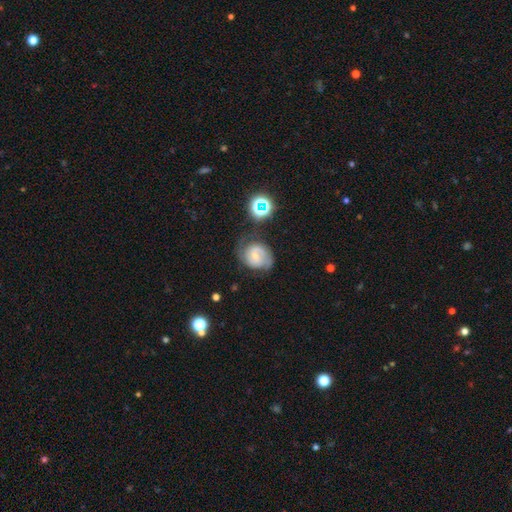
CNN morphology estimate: A featured or disk galaxy (72%) with a weak bar (45%, tied with no), 2 (67%) tight (44%) spiral arms (91%) and a small central bulge (63%).

Vote fractions:
- Smooth or featured? featured or disk: 72% / smooth: 19% / star or artifact: 10%
- Edge-on disk? no: 98% / yes: 2%
- Bar? weak: 45% (tied) / no: 45% (tied) / strong: 10%
- Spiral arms? yes: 91% / no: 9%
- Spiral winding? tight: 44% / medium: 42% / loose: 13%
- Spiral arm count? 2: 67% / can't tell: 18% / 1: 6% / 3: 6% / 4: 2% / more than 4: 2%
- Bulge size? small: 63% / moderate: 30% / none: 4% / large: 2% / dominant: 1%
- Merging? none: 57% / minor disturbance: 24% / major disturbance: 14% / merger: 4%